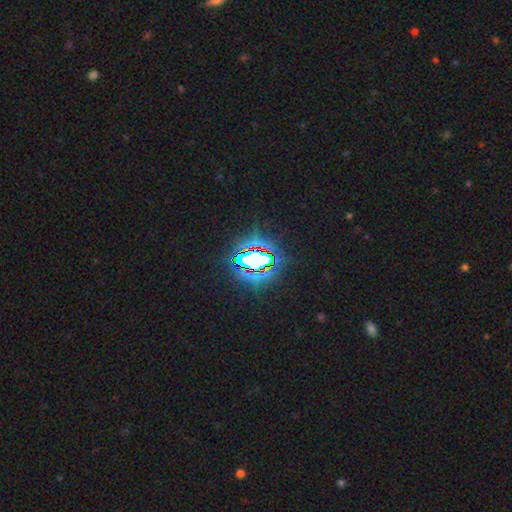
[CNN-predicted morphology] Smooth or featured: star or artifact — 72% (smooth — 18%)